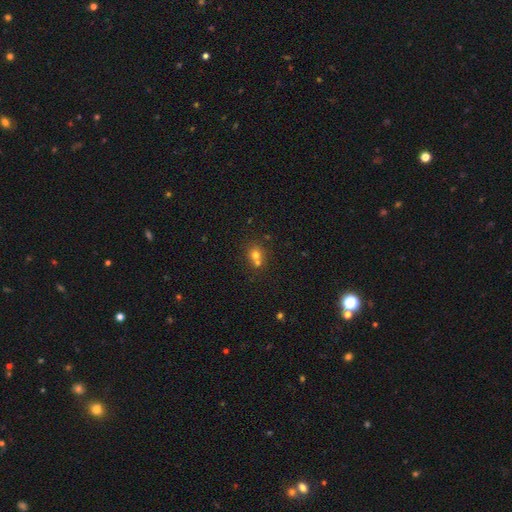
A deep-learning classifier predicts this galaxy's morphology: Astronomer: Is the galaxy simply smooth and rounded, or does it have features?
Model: smooth — 71%.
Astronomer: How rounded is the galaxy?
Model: round — 79%.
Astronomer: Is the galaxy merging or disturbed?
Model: none — 46% (runner-up: merger, 44%).